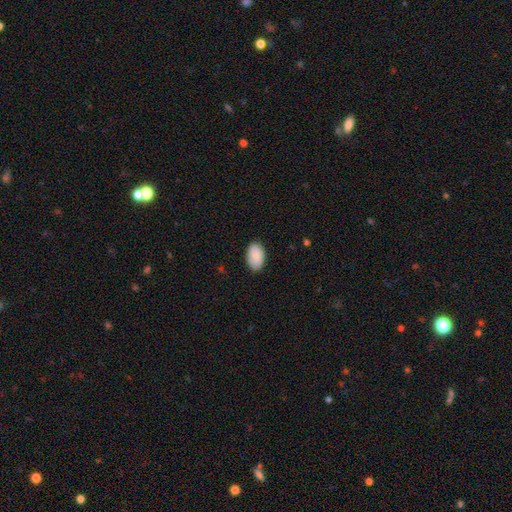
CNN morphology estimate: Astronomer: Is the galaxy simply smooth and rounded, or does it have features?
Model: smooth — 87%.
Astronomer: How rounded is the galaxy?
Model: in between — 94%.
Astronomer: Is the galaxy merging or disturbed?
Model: none — 84%.